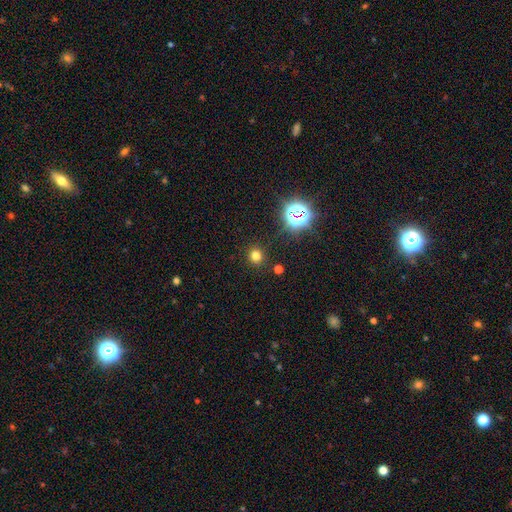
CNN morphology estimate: smooth-or-featured: smooth: 72% | star or artifact: 23% | featured or disk: 6%
  how-rounded: round: 88% | in between: 11% | cigar-shaped: 1%
  merging: none: 88% | minor disturbance: 7% | major disturbance: 3% | merger: 2%